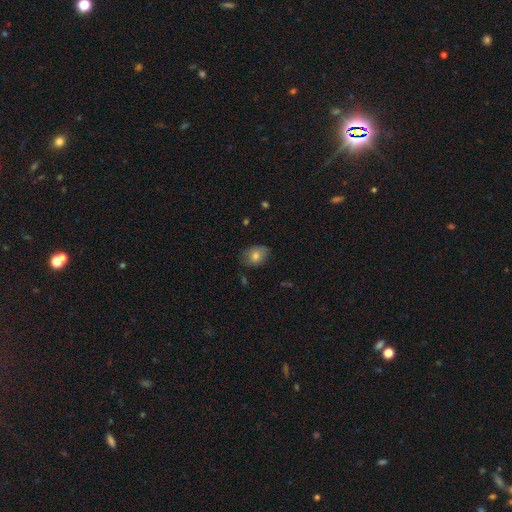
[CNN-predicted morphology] Smooth or featured?
  - smooth: 76% *
  - featured or disk: 15%
  - star or artifact: 9%
How rounded?
  - in between: 68% *
  - round: 30%
  - cigar-shaped: 1%
Merging?
  - none: 67% *
  - minor disturbance: 26%
  - major disturbance: 6%
  - merger: 1%